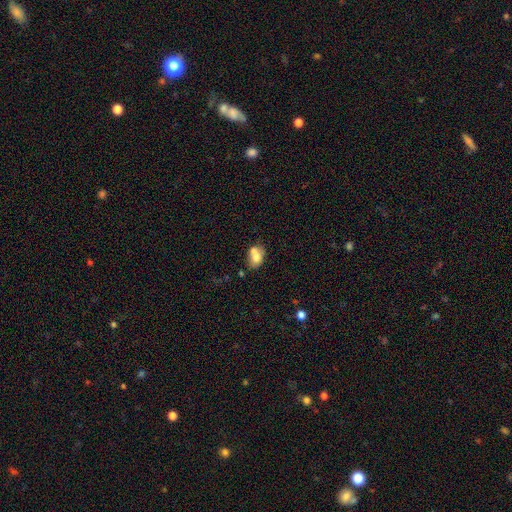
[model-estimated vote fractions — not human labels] Overall: smooth (67%). How rounded: in between (71%). Merging: merger (49%; none 33%).